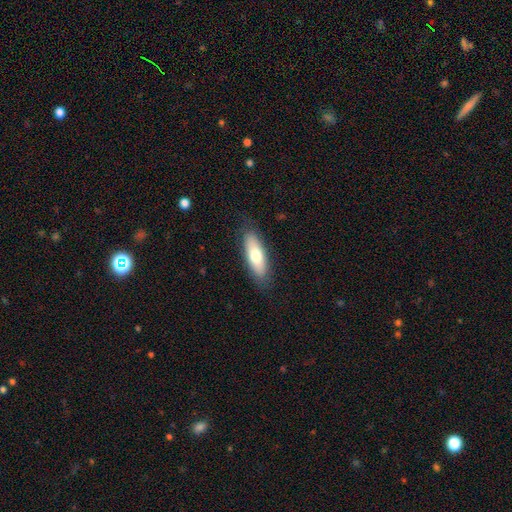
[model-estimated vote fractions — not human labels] smooth_or_featured: smooth (p=0.68) [alt: featured or disk p=0.26]
how_rounded: in between (p=0.61) [alt: cigar-shaped p=0.36]
merging: none (p=0.84) [alt: minor disturbance p=0.12]